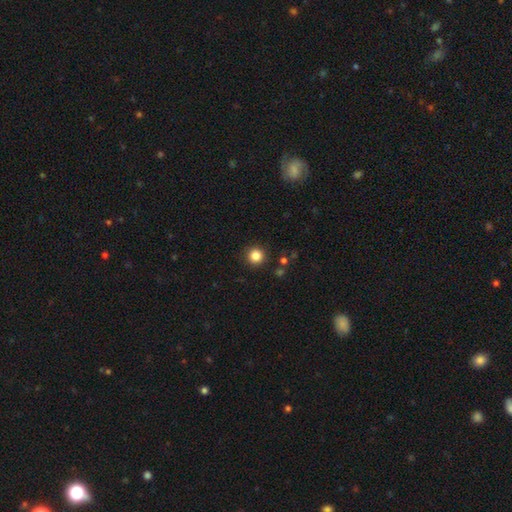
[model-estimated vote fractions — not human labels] Q: Smooth or featured?
A: smooth (83%); runner-up: star or artifact (12%)
Q: How rounded?
A: round (95%); runner-up: in between (4%)
Q: Merging?
A: none (91%); runner-up: minor disturbance (5%)